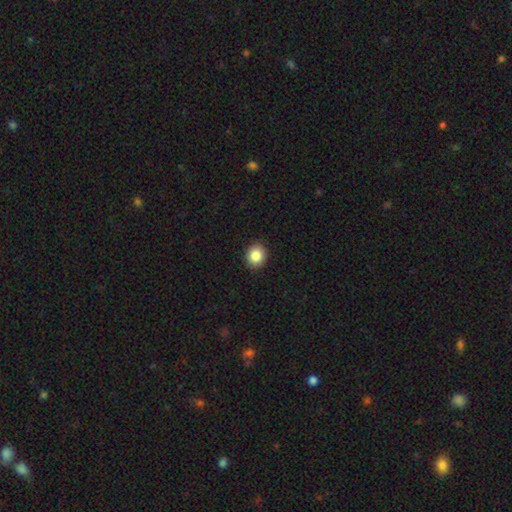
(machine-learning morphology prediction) This appears to be a smooth galaxy with no disk features (86%) that is round (81%). Merging: none (92%).